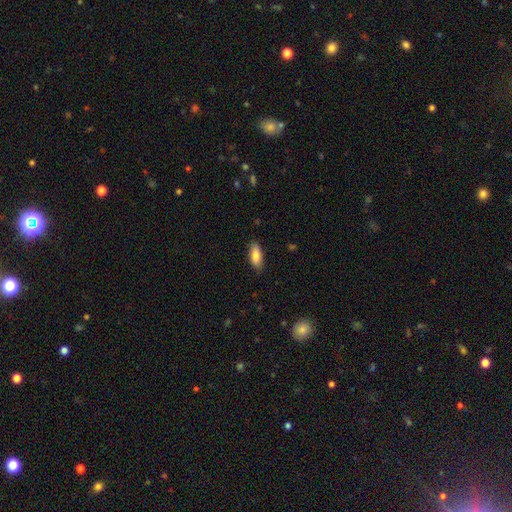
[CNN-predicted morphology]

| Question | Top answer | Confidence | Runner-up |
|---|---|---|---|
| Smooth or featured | smooth | 84% | featured or disk (10%) |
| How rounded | in between | 83% | cigar-shaped (15%) |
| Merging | none | 85% | minor disturbance (11%) |